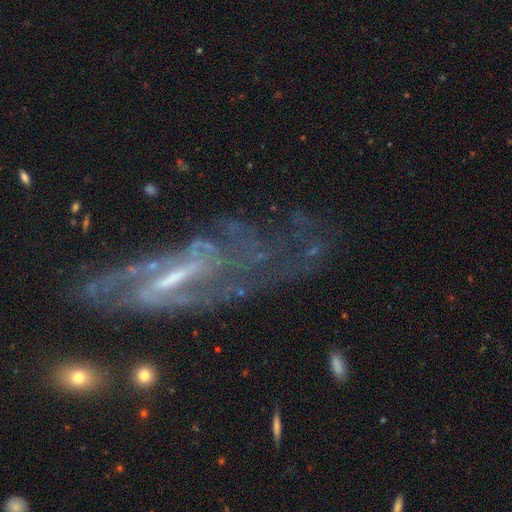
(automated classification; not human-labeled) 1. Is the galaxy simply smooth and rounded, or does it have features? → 85% featured or disk, 8% star or artifact, 7% smooth.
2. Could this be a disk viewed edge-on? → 85% no, 15% yes.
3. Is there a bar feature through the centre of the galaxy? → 48% strong, 38% weak, 14% no.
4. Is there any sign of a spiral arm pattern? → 92% yes, 8% no.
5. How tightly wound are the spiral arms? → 46% medium, 34% tight, 20% loose.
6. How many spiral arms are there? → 46% 2, 29% can't tell, 10% 3, 5% 4, 5% 1, 4% more than 4.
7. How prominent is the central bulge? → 42% small, 32% moderate, 21% none, 4% large, 1% dominant.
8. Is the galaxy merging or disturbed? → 56% none, 20% major disturbance, 19% minor disturbance, 4% merger.